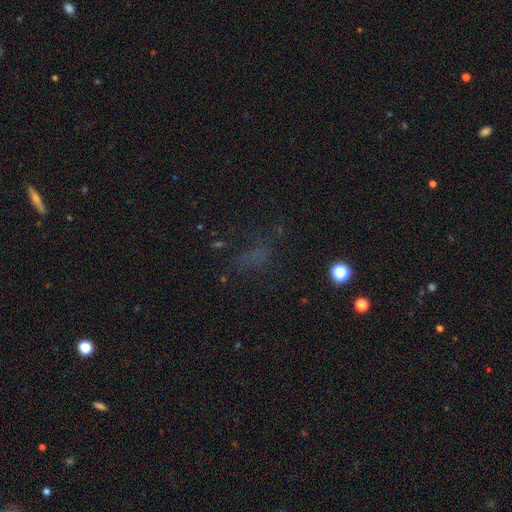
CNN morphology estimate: Smooth or featured: smooth — 42% (star or artifact — 39%)
Merging: none — 54% (major disturbance — 25%)